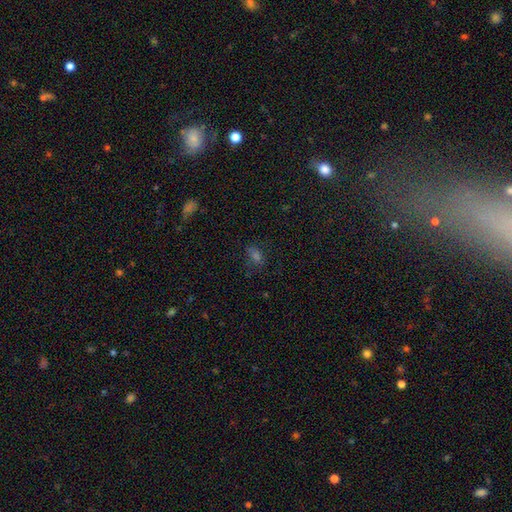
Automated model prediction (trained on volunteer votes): smooth 51%, star or artifact 38%, featured or disk 12%. Down the decision tree: how rounded — in between (72%); merging — none (70%).